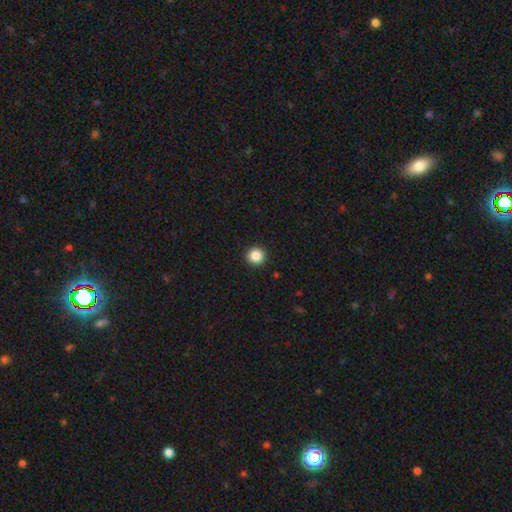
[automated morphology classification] This appears to be a smooth galaxy with no disk features (87%) that is round (95%). Merging: none (93%).